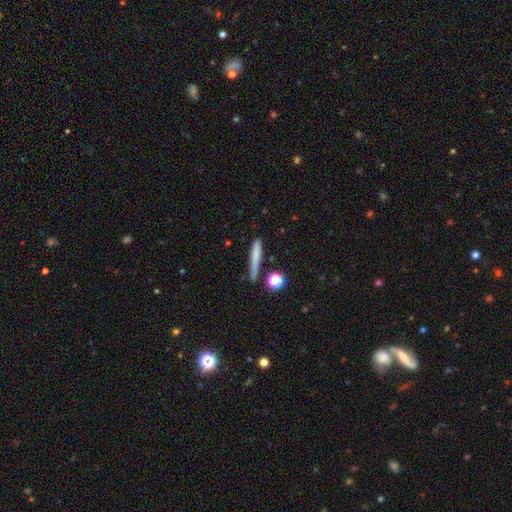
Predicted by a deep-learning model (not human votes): The model was most divided on "smooth or featured": smooth: 70%, featured or disk: 20%, star or artifact: 9%. More confident: how rounded — cigar-shaped (91%); merging — none (72%).